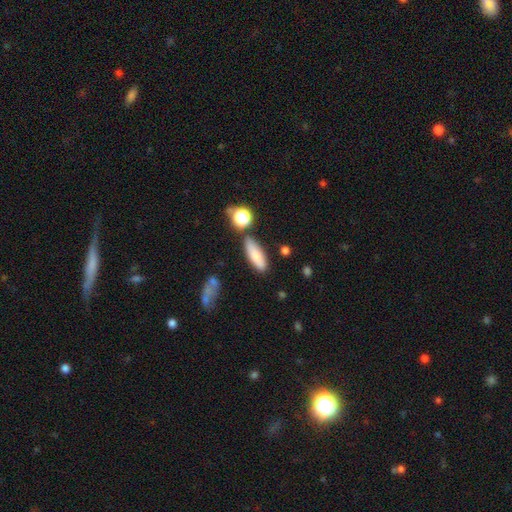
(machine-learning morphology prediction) The model was most divided on "how rounded": in between: 54%, cigar-shaped: 42%, round: 3%. More confident: smooth or featured — smooth (76%); merging — none (76%).